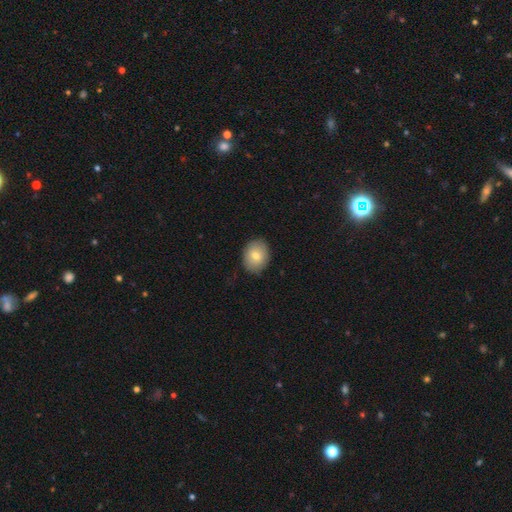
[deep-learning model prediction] smooth_or_featured: smooth (p=0.76) [alt: featured or disk p=0.16]
how_rounded: in between (p=0.50) [tied with: round p=0.50]
merging: none (p=0.84) [alt: minor disturbance p=0.12]